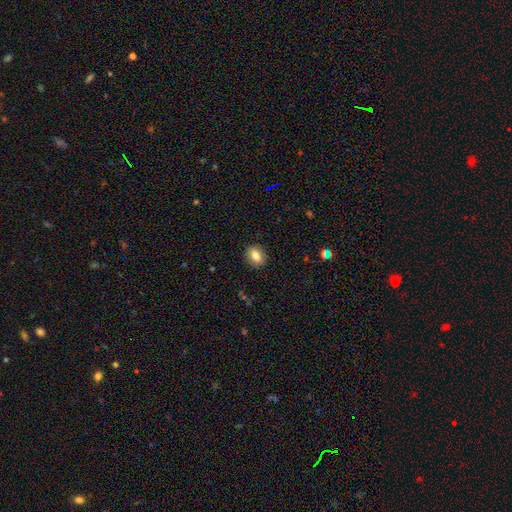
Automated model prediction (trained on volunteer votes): The model was most divided on "how rounded": in between: 59%, round: 39%, cigar-shaped: 2%. More confident: merging — none (89%); smooth or featured — smooth (81%).